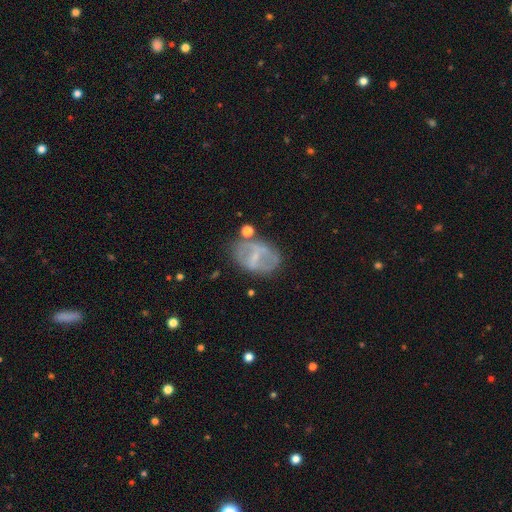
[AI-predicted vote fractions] Morphology: type=featured or disk (62%); edge-on=no (94%); bar=weak (43%); spiral arms=no (61%); bulge=small (61%); merging=none (61%).